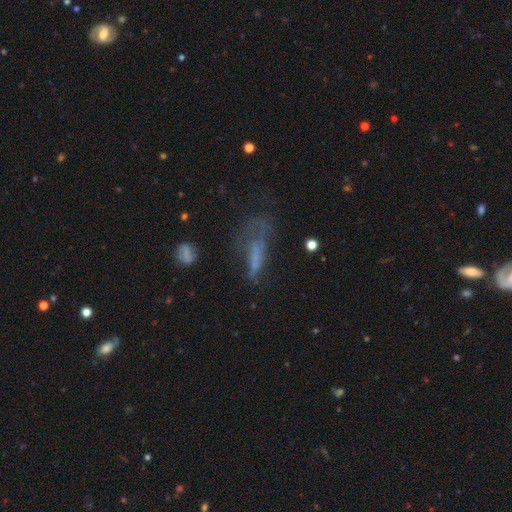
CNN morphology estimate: Smooth or featured?
  - smooth: 47% *
  - featured or disk: 33%
  - star or artifact: 20%
Merging?
  - major disturbance: 41% *
  - none: 32%
  - minor disturbance: 22%
  - merger: 5%